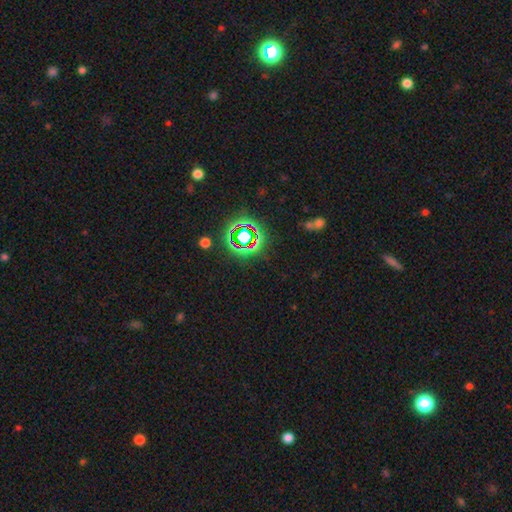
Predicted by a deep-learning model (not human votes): Smooth or featured? star or artifact (57%)